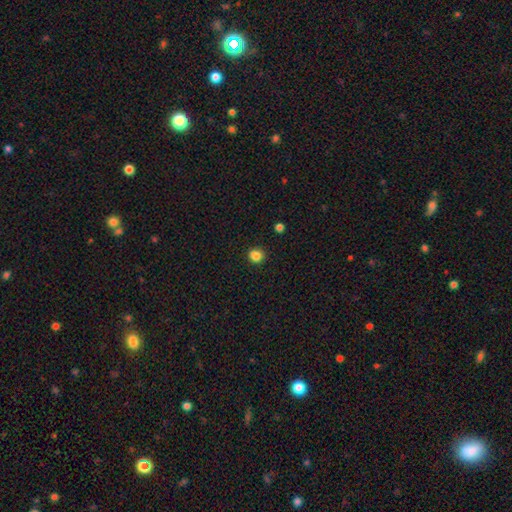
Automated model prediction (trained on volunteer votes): Q: Smooth or featured?
A: smooth (84%); runner-up: star or artifact (12%)
Q: How rounded?
A: round (82%); runner-up: in between (17%)
Q: Merging?
A: none (86%); runner-up: minor disturbance (9%)